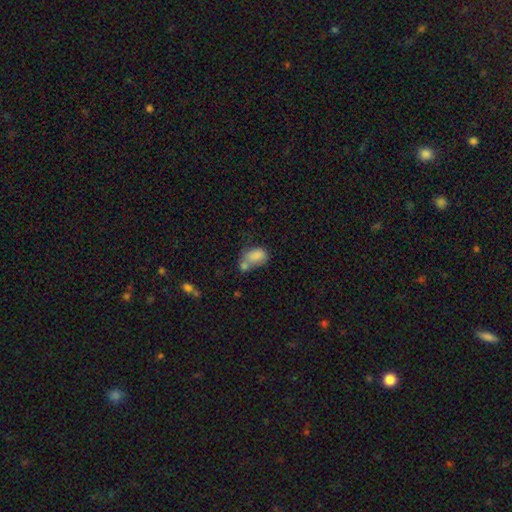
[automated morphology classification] A smooth galaxy with no disk features (78%) that is in between round and cigar-shaped (83%).

Vote fractions:
- Smooth or featured? smooth: 78% / featured or disk: 12% / star or artifact: 9%
- How rounded? in between: 83% / round: 16% / cigar-shaped: 2%
- Merging? merger: 46% / none: 27% / minor disturbance: 17% / major disturbance: 10%